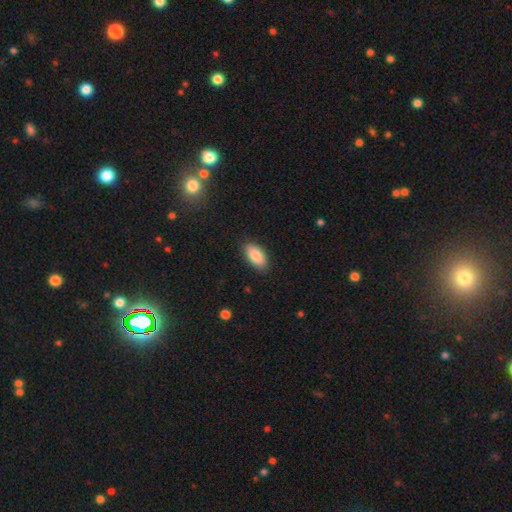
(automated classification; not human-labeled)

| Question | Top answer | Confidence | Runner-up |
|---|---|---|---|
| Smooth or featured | smooth | 86% | featured or disk (7%) |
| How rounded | in between | 92% | cigar-shaped (5%) |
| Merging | none | 88% | minor disturbance (9%) |